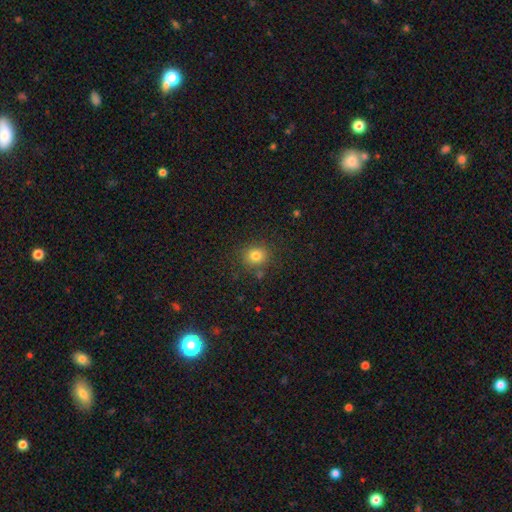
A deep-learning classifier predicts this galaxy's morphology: Q: Smooth or featured?
A: smooth (79%); runner-up: star or artifact (14%)
Q: How rounded?
A: round (82%); runner-up: in between (17%)
Q: Merging?
A: none (82%); runner-up: minor disturbance (10%)